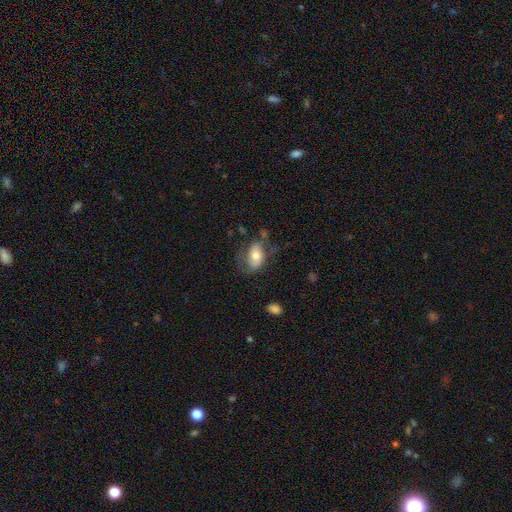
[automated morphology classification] smooth 60%, featured or disk 33%, star or artifact 7%. Down the decision tree: how rounded — in between (87%); merging — none (51%).